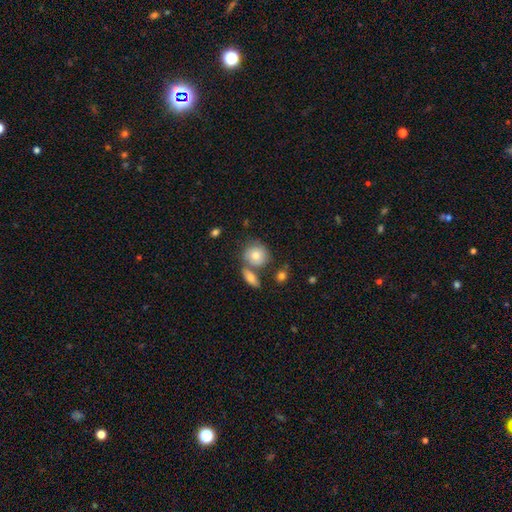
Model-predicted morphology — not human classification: This is likely a smooth galaxy (74%). How rounded: likely round (77%). Merging: possibly none (56%).